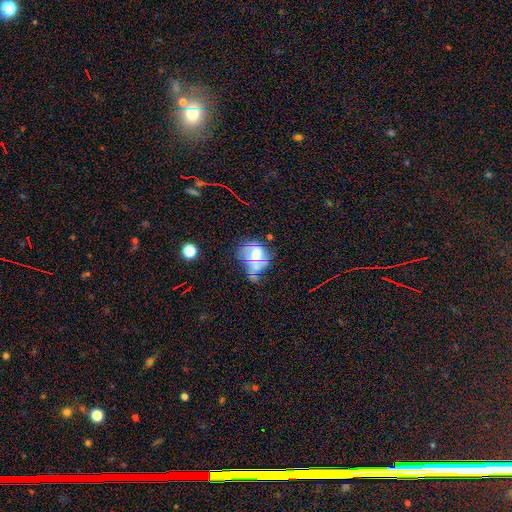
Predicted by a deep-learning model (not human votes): smooth 44%, featured or disk 43%, star or artifact 13%. Down the decision tree: merging — major disturbance (28%).